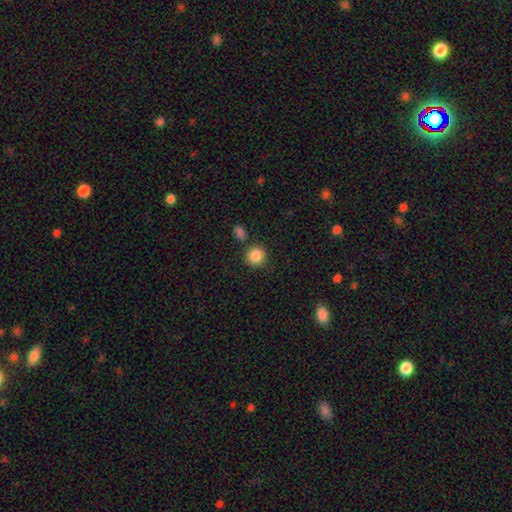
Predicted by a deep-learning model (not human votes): The model was most divided on "merging": none: 82%, minor disturbance: 9%, merger: 6%, major disturbance: 3%. More confident: how rounded — round (90%); smooth or featured — smooth (87%).